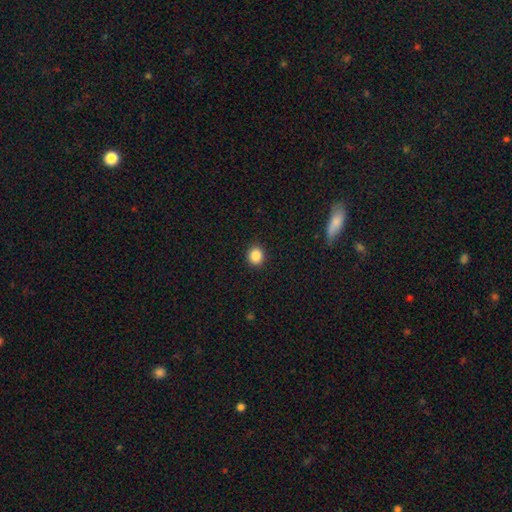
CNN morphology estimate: Q: Smooth or featured?
A: smooth (87%); runner-up: star or artifact (10%)
Q: How rounded?
A: round (80%); runner-up: in between (20%)
Q: Merging?
A: none (91%); runner-up: minor disturbance (6%)